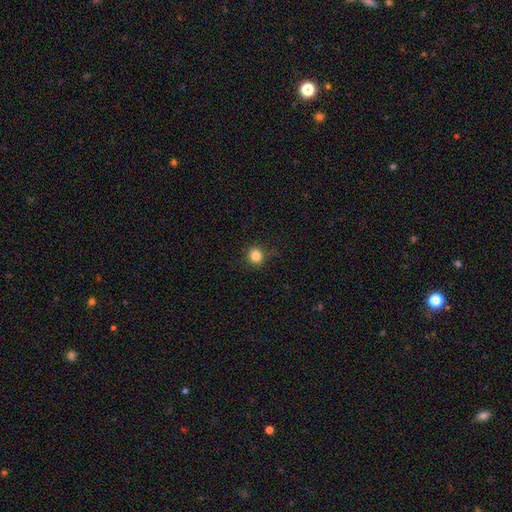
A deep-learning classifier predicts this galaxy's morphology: This appears to be a smooth galaxy with no disk features (84%) that is round (88%). Merging: none (87%).